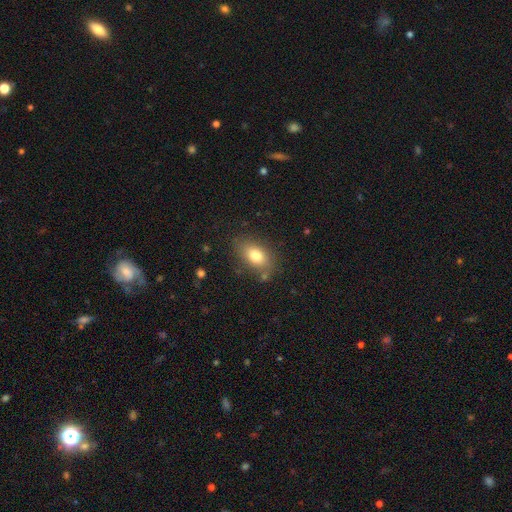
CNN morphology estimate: A smooth galaxy with no disk features (77%) that is in between round and cigar-shaped (84%).

Vote fractions:
- Smooth or featured? smooth: 77% / featured or disk: 14% / star or artifact: 9%
- How rounded? in between: 84% / round: 13% / cigar-shaped: 3%
- Merging? none: 77% / minor disturbance: 15% / major disturbance: 4% / merger: 4%